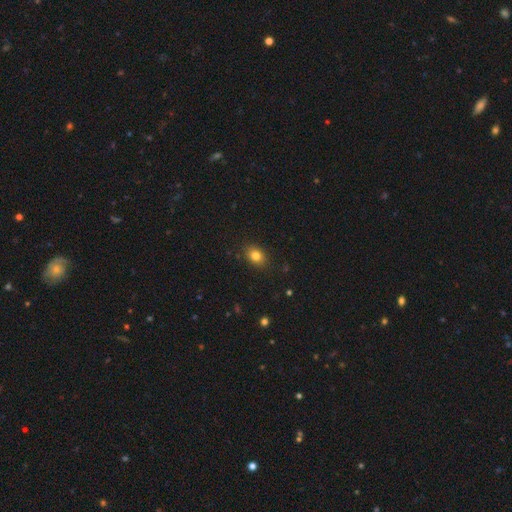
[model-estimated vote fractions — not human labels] The model was most divided on "how rounded": in between: 68%, round: 31%, cigar-shaped: 1%. More confident: merging — none (87%); smooth or featured — smooth (82%).